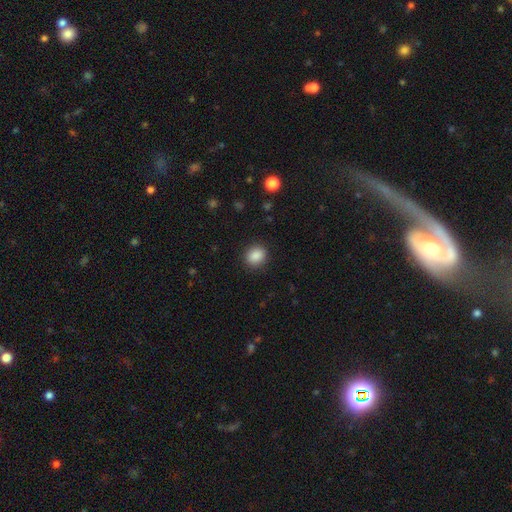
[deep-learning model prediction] Q: Smooth or featured?
A: smooth (88%); runner-up: star or artifact (9%)
Q: How rounded?
A: round (72%); runner-up: in between (27%)
Q: Merging?
A: none (89%); runner-up: minor disturbance (8%)